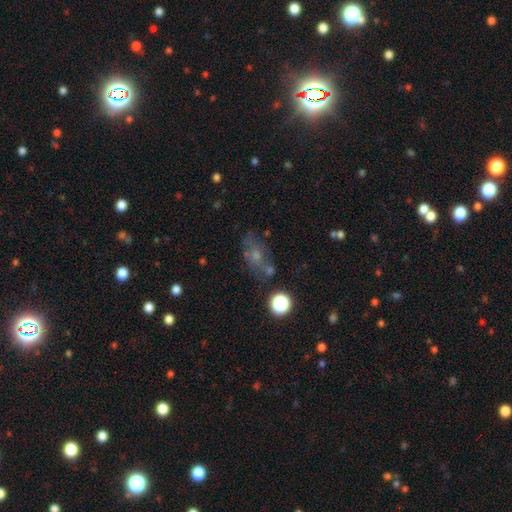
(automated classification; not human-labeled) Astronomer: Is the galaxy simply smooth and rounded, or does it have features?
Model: smooth — 42% (runner-up: featured or disk, 33%).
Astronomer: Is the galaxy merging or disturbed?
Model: none — 53%.